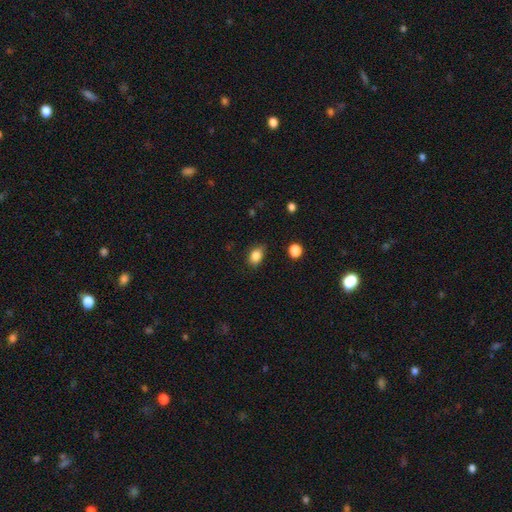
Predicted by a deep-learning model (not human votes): The model was most divided on "how rounded": in between: 71%, round: 28%, cigar-shaped: 1%. More confident: smooth or featured — smooth (85%); merging — none (78%).